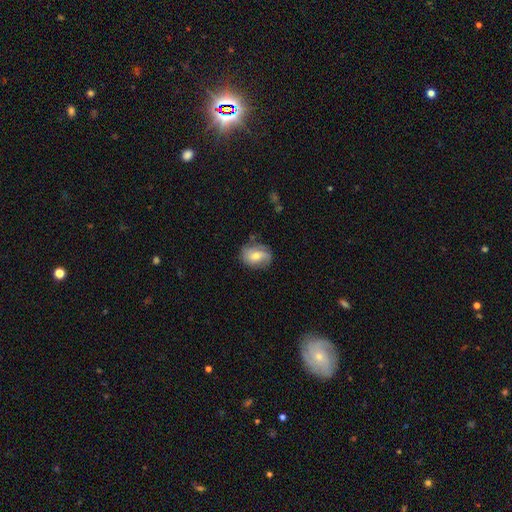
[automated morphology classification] A smooth galaxy with no disk features (51%) that is in between round and cigar-shaped (59%).

Vote fractions:
- Smooth or featured? smooth: 51% / featured or disk: 42% / star or artifact: 8%
- How rounded? in between: 59% / round: 39% / cigar-shaped: 2%
- Merging? none: 67% / minor disturbance: 24% / major disturbance: 7% / merger: 2%